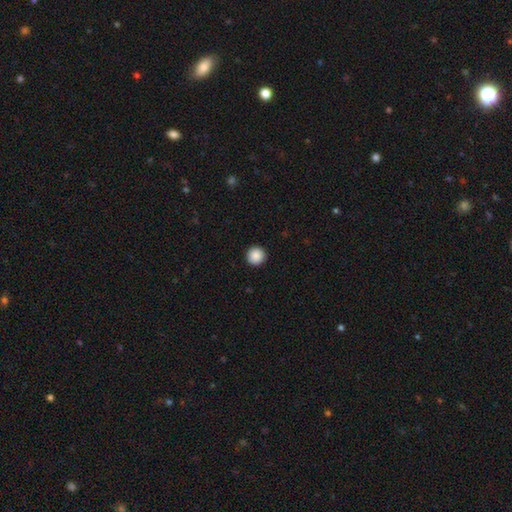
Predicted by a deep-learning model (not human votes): This is clearly a smooth galaxy (89%). How rounded: clearly round (96%). Merging: clearly none (94%).